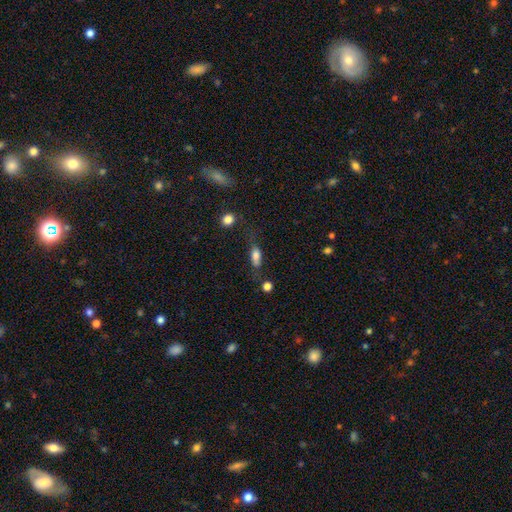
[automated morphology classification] This is likely a smooth galaxy (76%). How rounded: likely in between (76%). Merging: possibly none (52%).